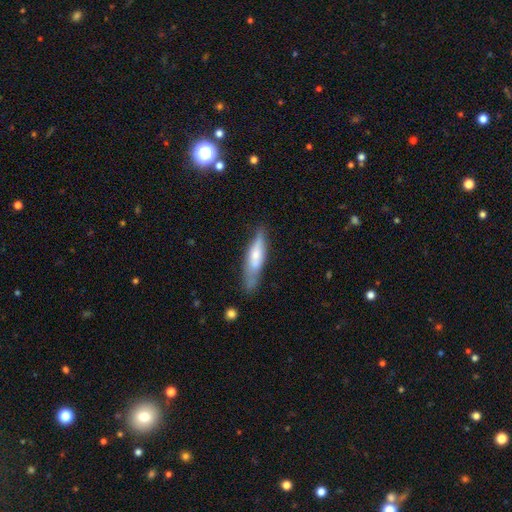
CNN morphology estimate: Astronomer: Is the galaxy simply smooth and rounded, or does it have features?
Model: smooth — 58% (runner-up: featured or disk, 37%).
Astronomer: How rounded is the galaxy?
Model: cigar-shaped — 68%.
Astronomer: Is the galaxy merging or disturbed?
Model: none — 65%.